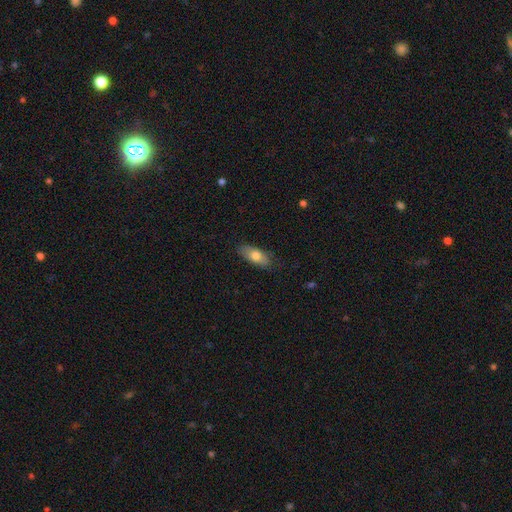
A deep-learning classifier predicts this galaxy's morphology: smooth 74%, featured or disk 20%, star or artifact 6%. Down the decision tree: how rounded — in between (79%); merging — none (81%).